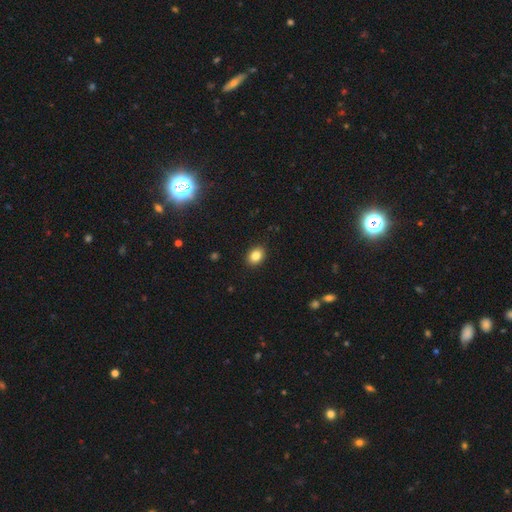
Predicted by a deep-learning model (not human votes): smooth-or-featured: smooth: 84% | star or artifact: 10% | featured or disk: 6%
  how-rounded: in between: 64% | round: 35% | cigar-shaped: 1%
  merging: none: 89% | minor disturbance: 8% | major disturbance: 2% | merger: 1%